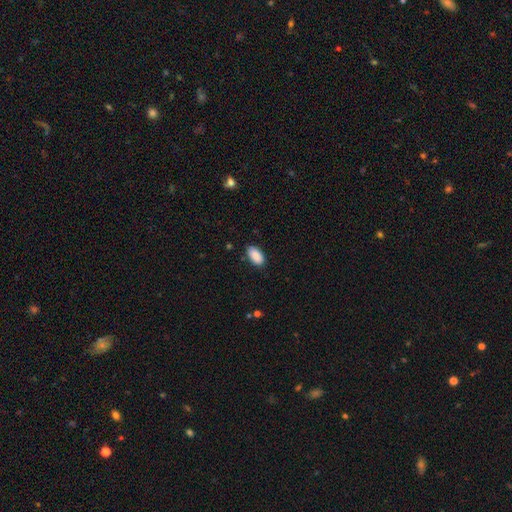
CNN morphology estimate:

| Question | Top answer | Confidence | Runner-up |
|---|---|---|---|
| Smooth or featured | smooth | 90% | star or artifact (7%) |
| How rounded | in between | 94% | cigar-shaped (4%) |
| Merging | none | 85% | minor disturbance (12%) |